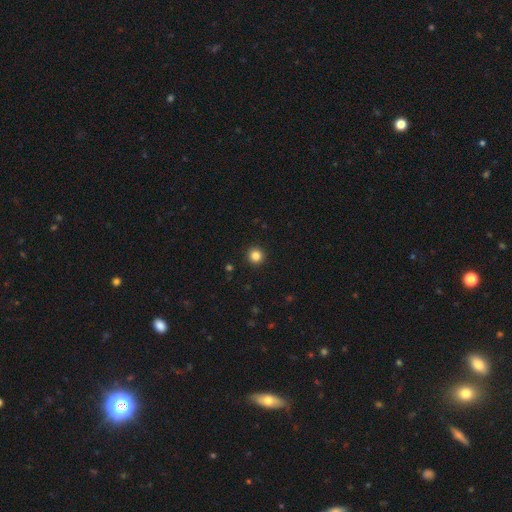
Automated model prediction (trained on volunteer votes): Smooth or featured? smooth (84%)
How rounded? round (95%)
Merging? none (93%)